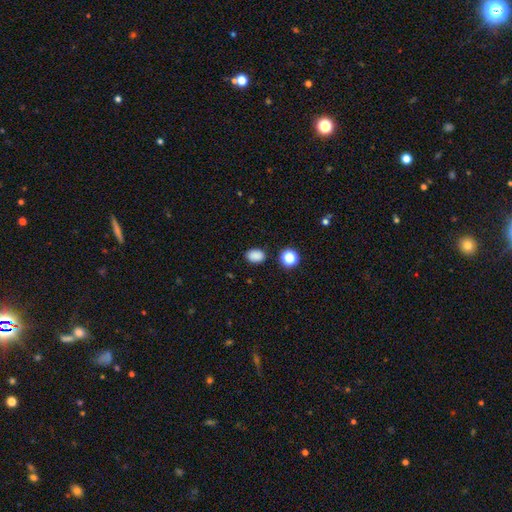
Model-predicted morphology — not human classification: smooth 85%, star or artifact 11%, featured or disk 3%. Down the decision tree: how rounded — in between (77%); merging — none (86%).